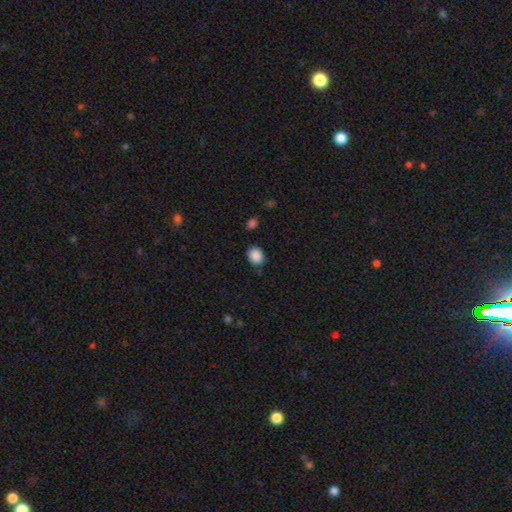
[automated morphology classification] Smooth or featured?
  - smooth: 88% *
  - star or artifact: 9%
  - featured or disk: 3%
How rounded?
  - round: 50% *
  - in between: 49%
  - cigar-shaped: 1%
Merging?
  - none: 82% *
  - minor disturbance: 13%
  - major disturbance: 3%
  - merger: 2%